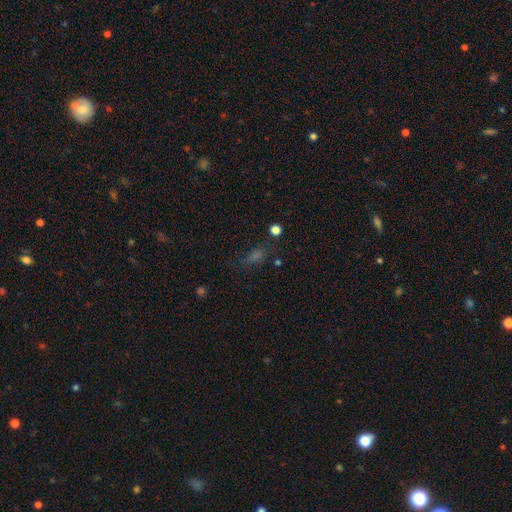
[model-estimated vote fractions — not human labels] A smooth galaxy with no disk features (46%).

Vote fractions:
- Smooth or featured? smooth: 46% / star or artifact: 39% / featured or disk: 15%
- Merging? none: 67% / minor disturbance: 17% / major disturbance: 11% / merger: 5%